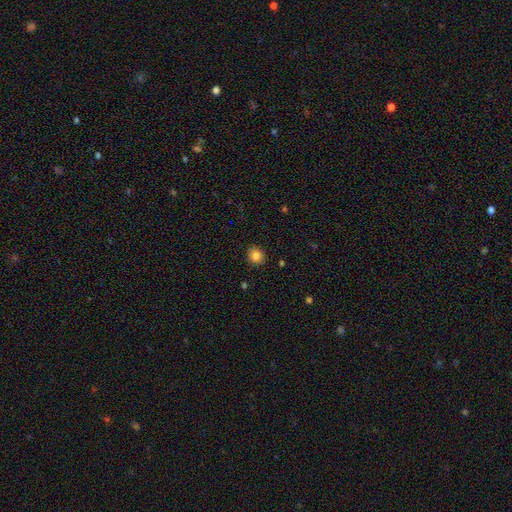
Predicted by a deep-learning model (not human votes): Smooth or featured? Predicted: smooth (p=0.85). How rounded? Predicted: round (p=0.78). Merging? Predicted: none (p=0.89).